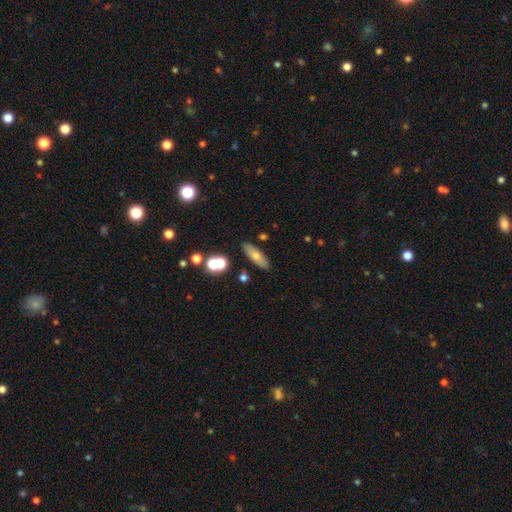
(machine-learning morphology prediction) Smooth or featured? smooth (68%)
How rounded? in between (53%)
Merging? none (82%)